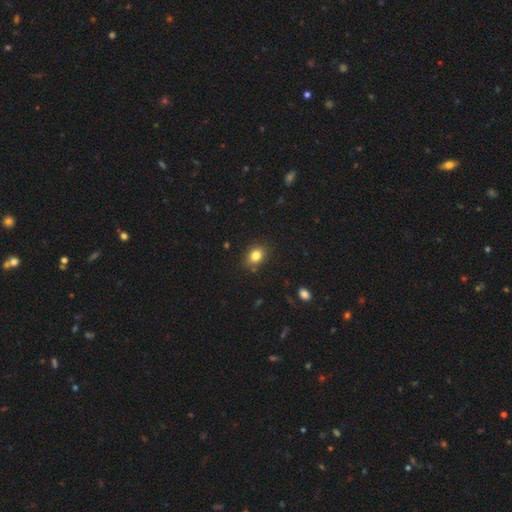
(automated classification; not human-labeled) Q: Smooth or featured?
A: smooth (82%); runner-up: star or artifact (10%)
Q: How rounded?
A: in between (62%); runner-up: round (37%)
Q: Merging?
A: none (84%); runner-up: minor disturbance (11%)